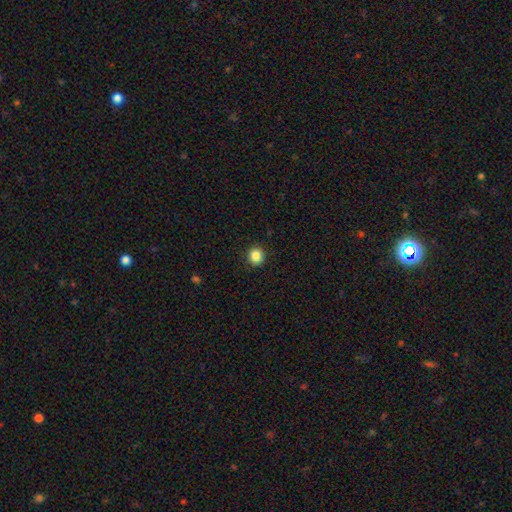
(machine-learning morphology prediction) Smooth or featured? Predicted: smooth (p=0.86). How rounded? Predicted: round (p=0.90). Merging? Predicted: none (p=0.91).